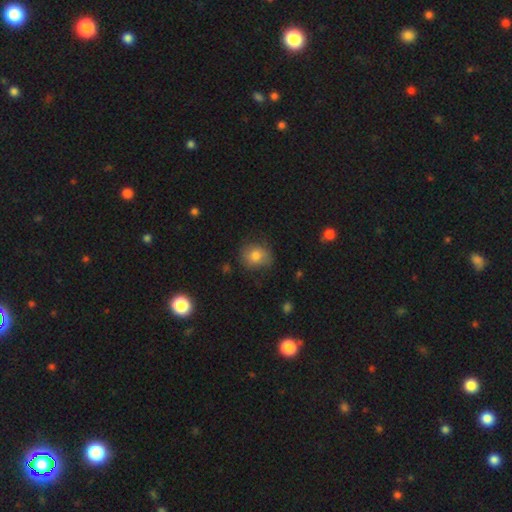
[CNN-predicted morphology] Q: Smooth or featured?
A: smooth (77%); runner-up: featured or disk (13%)
Q: How rounded?
A: round (70%); runner-up: in between (29%)
Q: Merging?
A: none (71%); runner-up: minor disturbance (21%)